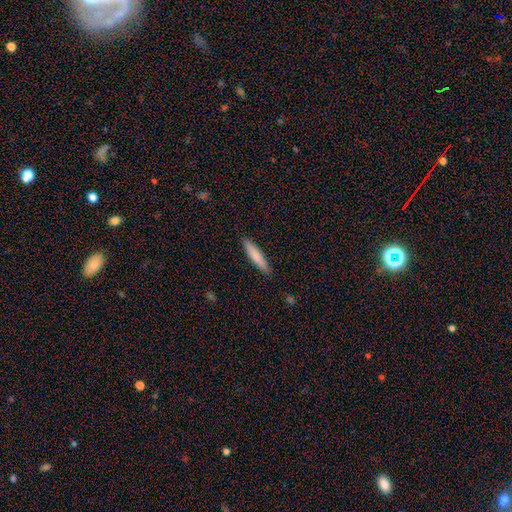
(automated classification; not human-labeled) A smooth galaxy with no disk features (78%) that is cigar-shaped (88%). Merging: none (90%).